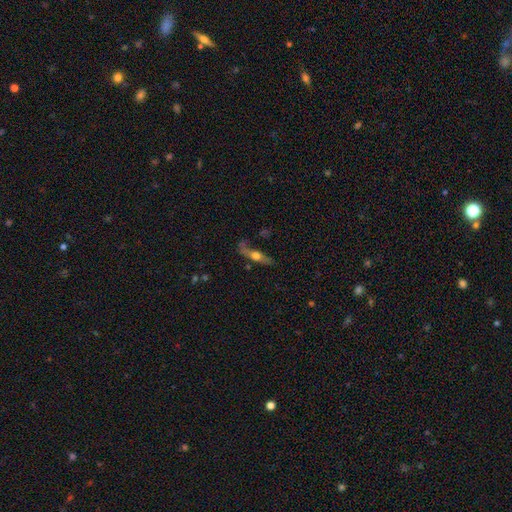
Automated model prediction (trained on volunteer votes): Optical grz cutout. It shows a featured or disk galaxy (53%) viewed edge-on (76%). Merging: none (57%).